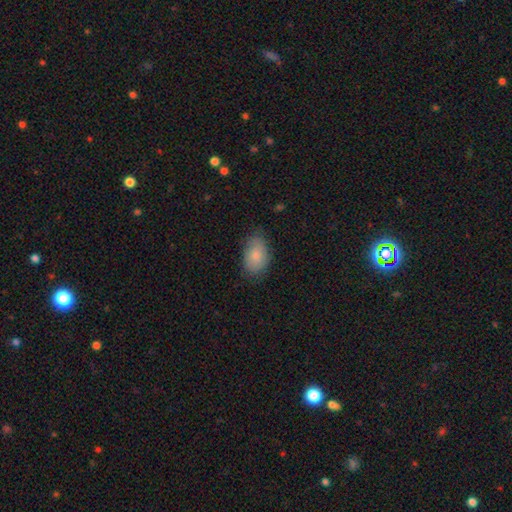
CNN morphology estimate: Smooth or featured? Predicted: smooth (p=0.83). How rounded? Predicted: in between (p=0.89). Merging? Predicted: none (p=0.71).